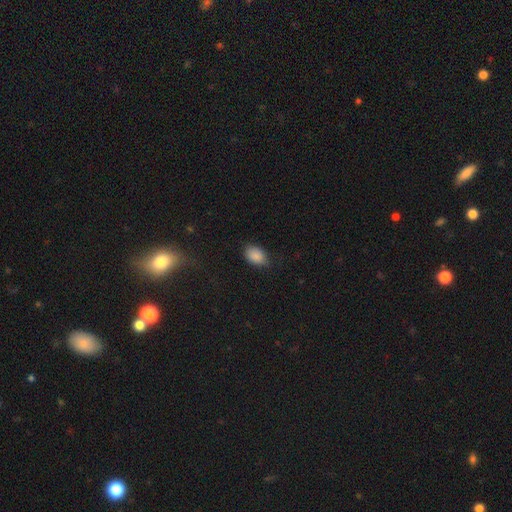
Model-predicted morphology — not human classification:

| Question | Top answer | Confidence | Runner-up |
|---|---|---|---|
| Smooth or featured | smooth | 87% | star or artifact (8%) |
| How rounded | in between | 85% | round (14%) |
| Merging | none | 72% | minor disturbance (23%) |